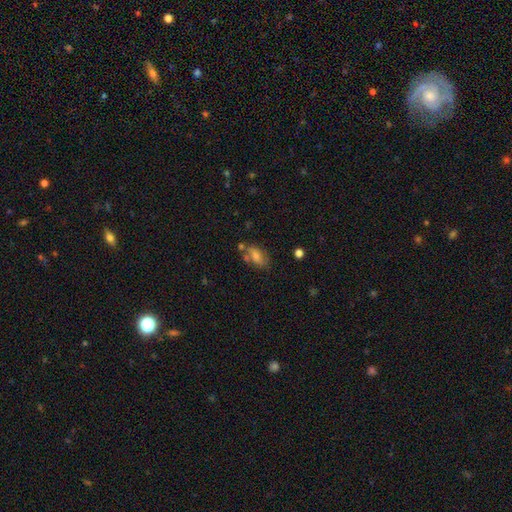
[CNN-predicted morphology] Smooth or featured?
  - smooth: 56% *
  - featured or disk: 30%
  - star or artifact: 14%
How rounded?
  - in between: 83% *
  - round: 9%
  - cigar-shaped: 8%
Merging?
  - none: 61% *
  - minor disturbance: 19%
  - merger: 13%
  - major disturbance: 6%